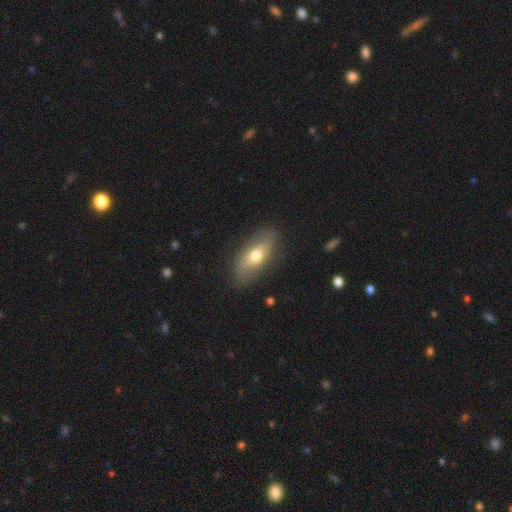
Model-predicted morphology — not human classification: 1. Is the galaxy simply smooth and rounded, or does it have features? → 61% smooth, 33% featured or disk, 6% star or artifact.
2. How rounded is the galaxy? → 80% in between, 15% cigar-shaped, 5% round.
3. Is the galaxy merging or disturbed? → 80% none, 15% minor disturbance, 4% major disturbance, 1% merger.